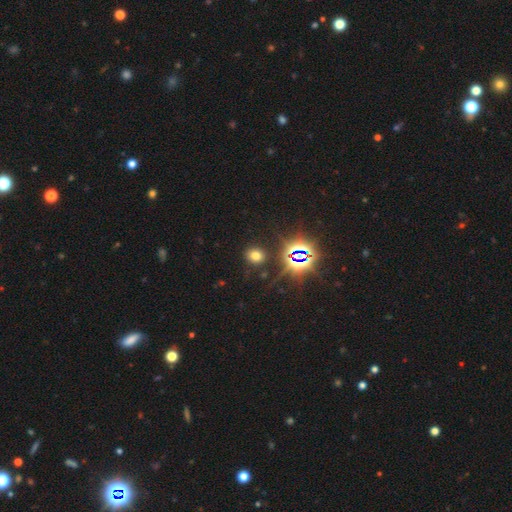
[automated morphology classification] This appears to be a smooth galaxy with no disk features (63%) that is round (66%). Merging: none (87%).